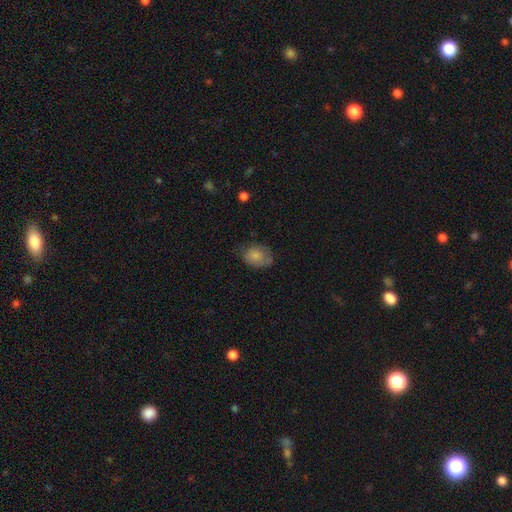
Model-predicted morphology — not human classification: Q: Smooth or featured?
A: smooth (75%); runner-up: featured or disk (17%)
Q: How rounded?
A: in between (71%); runner-up: round (28%)
Q: Merging?
A: none (59%); runner-up: minor disturbance (29%)